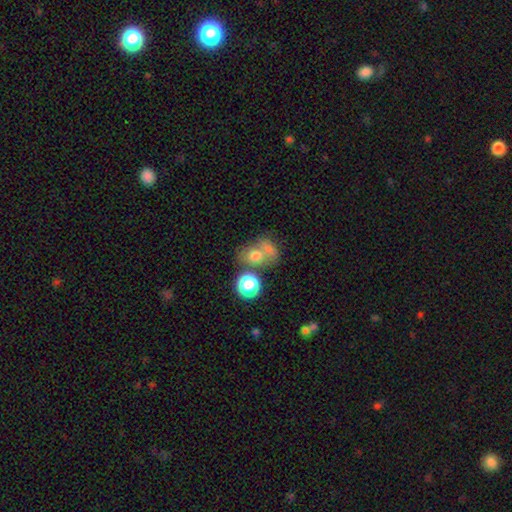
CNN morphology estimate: type=smooth (69%); roundness=round (52%); merging=merger (50%).